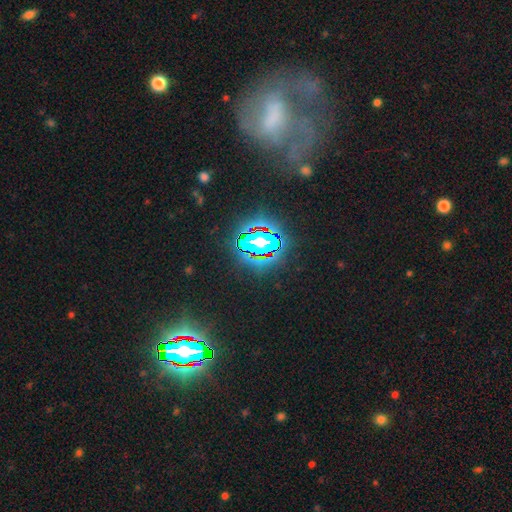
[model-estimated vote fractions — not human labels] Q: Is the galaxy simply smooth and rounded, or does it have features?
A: star or artifact — 74%.